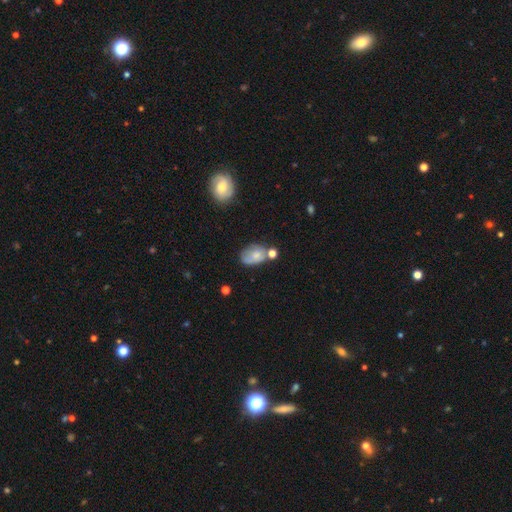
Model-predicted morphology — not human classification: Smooth or featured? smooth (63%)
How rounded? in between (82%)
Merging? none (42%)